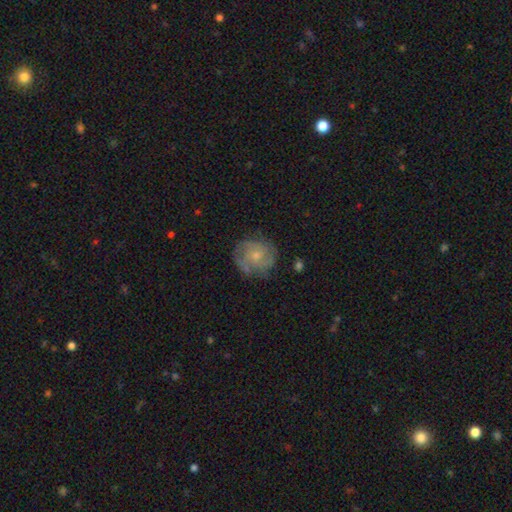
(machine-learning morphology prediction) smooth-or-featured: featured or disk: 61% | smooth: 31% | star or artifact: 7%
  disk-edge-on: no: 98% | yes: 2%
    bar: no: 77% | weak: 21% | strong: 3%
    has-spiral-arms: yes: 80% | no: 20%
    bulge-size: small: 59% | moderate: 35% | none: 4% | large: 2% | dominant: 1%
  merging: none: 72% | minor disturbance: 19% | major disturbance: 7% | merger: 2%